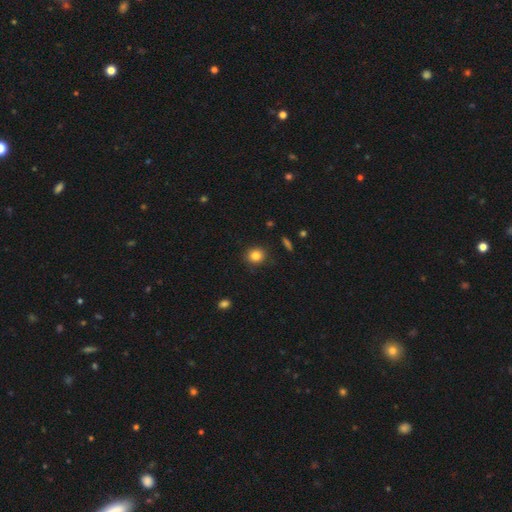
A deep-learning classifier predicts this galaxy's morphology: The model was most divided on "smooth or featured": smooth: 83%, star or artifact: 11%, featured or disk: 6%. More confident: merging — none (89%); how rounded — round (86%).